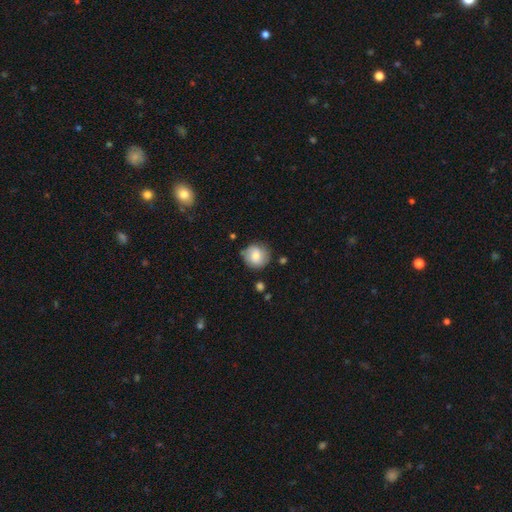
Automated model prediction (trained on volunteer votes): The model was most divided on "smooth or featured": smooth: 69%, featured or disk: 23%, star or artifact: 8%. More confident: how rounded — round (88%); merging — none (77%).